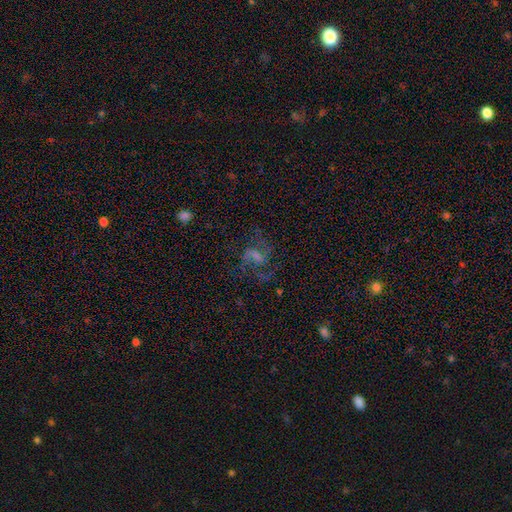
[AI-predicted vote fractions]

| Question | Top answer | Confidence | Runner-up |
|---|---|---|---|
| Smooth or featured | featured or disk | 70% | star or artifact (17%) |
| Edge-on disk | no | 97% | yes (3%) |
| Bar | weak | 53% | no (25%) |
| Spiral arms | yes | 92% | no (8%) |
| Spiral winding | medium | 49% | loose (40%) |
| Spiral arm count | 2 | 75% | can't tell (8%) |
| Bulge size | small | 36% | moderate (30%) |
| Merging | none | 63% | major disturbance (20%) |